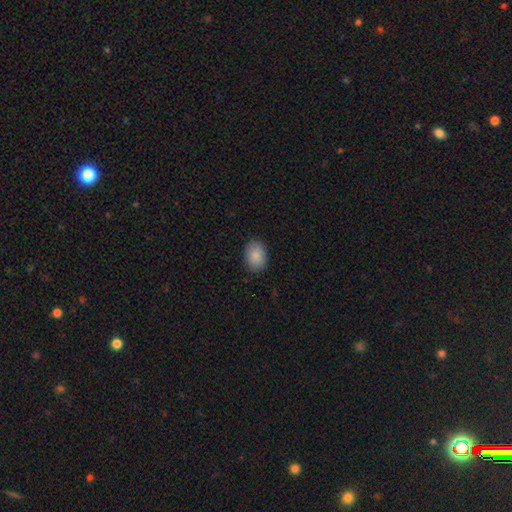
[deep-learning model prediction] Smooth or featured?
  - smooth: 89% *
  - star or artifact: 7%
  - featured or disk: 4%
How rounded?
  - in between: 80% *
  - round: 19%
  - cigar-shaped: 1%
Merging?
  - none: 87% *
  - minor disturbance: 10%
  - major disturbance: 2%
  - merger: 1%